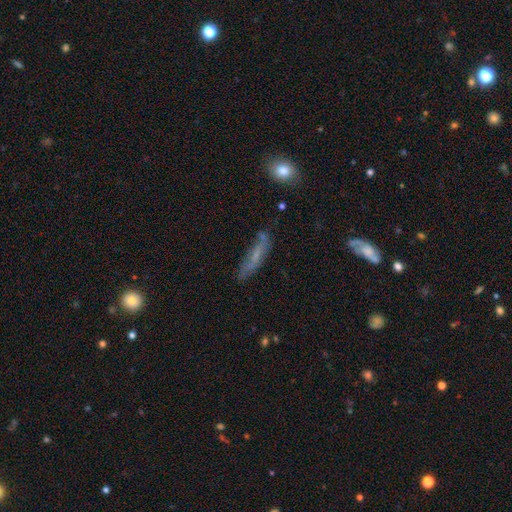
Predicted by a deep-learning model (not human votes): smooth_or_featured: smooth (p=0.48) [alt: featured or disk p=0.42]
merging: none (p=0.64) [alt: minor disturbance p=0.23]